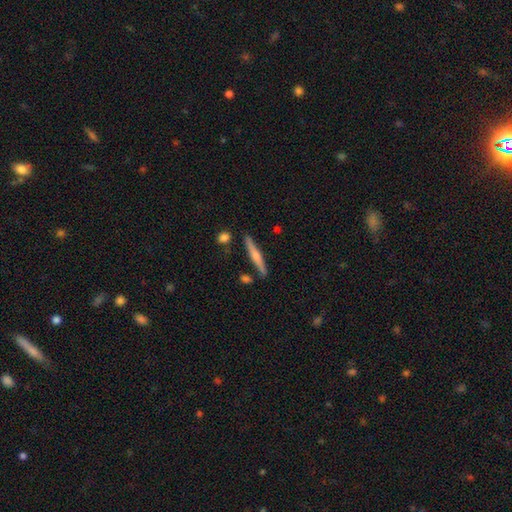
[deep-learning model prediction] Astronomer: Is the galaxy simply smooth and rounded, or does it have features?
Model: featured or disk — 47%, tied with smooth at 47%.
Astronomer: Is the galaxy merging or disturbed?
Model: none — 84%.